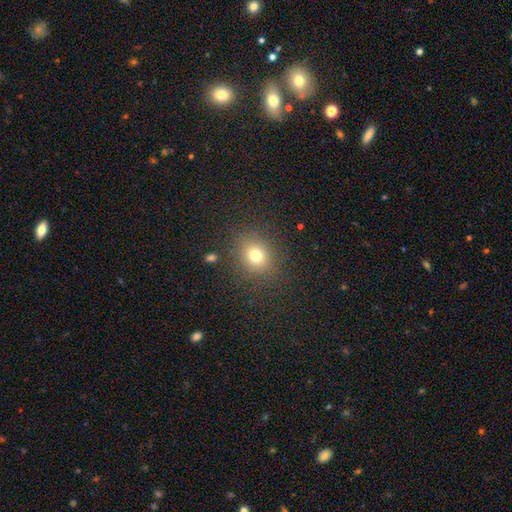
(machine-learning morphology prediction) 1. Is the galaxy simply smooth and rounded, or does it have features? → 75% smooth, 17% star or artifact, 9% featured or disk.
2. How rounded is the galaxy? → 75% round, 24% in between, 1% cigar-shaped.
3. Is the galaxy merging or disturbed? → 85% none, 9% minor disturbance, 4% major disturbance, 2% merger.